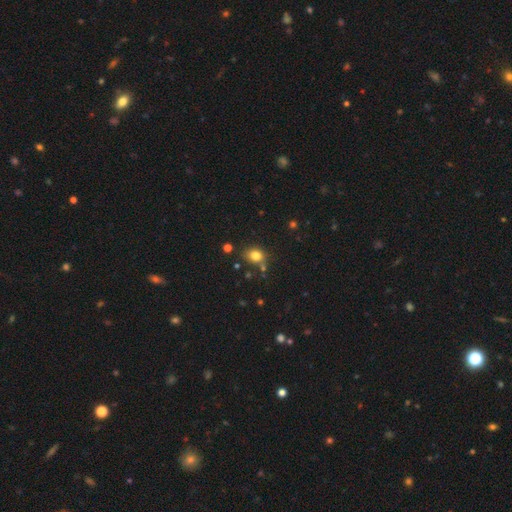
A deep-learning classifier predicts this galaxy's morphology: The model was most divided on "how rounded": in between: 51%, round: 48%, cigar-shaped: 1%. More confident: smooth or featured — smooth (79%); merging — none (67%).